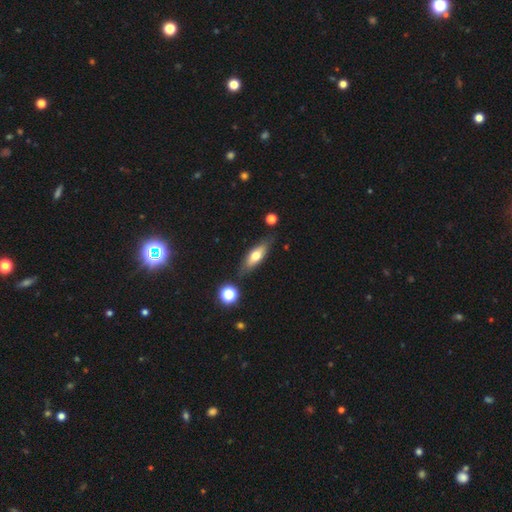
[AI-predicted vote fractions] This appears to be a smooth galaxy with no disk features (58%) that is in between round and cigar-shaped (52%). Merging: none (79%).